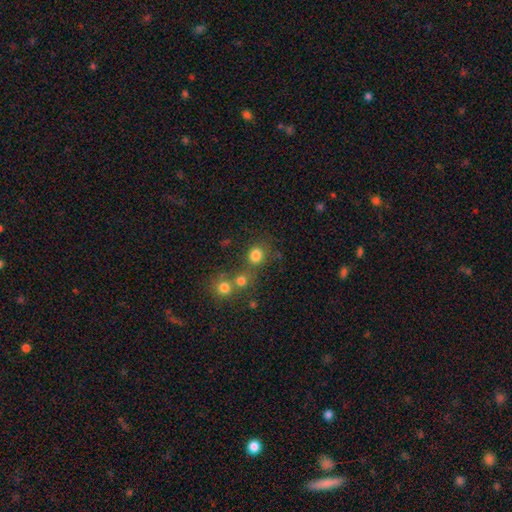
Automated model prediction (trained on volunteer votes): This is likely a smooth galaxy (79%). How rounded: clearly round (84%). Merging: likely none (63%).